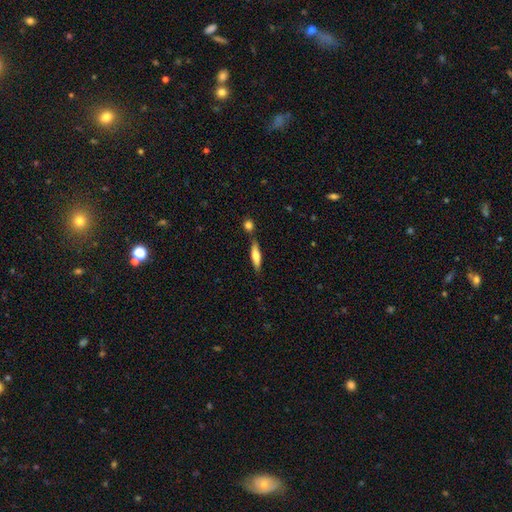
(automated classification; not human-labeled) smooth_or_featured: smooth (p=0.62) [alt: featured or disk p=0.32]
how_rounded: cigar-shaped (p=0.70) [alt: in between p=0.28]
merging: none (p=0.72) [alt: minor disturbance p=0.13]